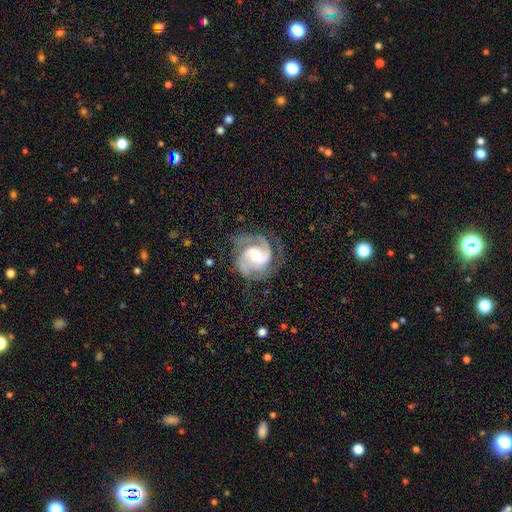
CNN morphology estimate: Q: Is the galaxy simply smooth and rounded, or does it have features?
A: featured or disk — 89%.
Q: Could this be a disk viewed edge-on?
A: no — 98%.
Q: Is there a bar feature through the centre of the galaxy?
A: weak — 46%.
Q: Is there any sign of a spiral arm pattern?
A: yes — 98%.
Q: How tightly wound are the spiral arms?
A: medium — 52%.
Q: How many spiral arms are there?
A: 2 — 81%.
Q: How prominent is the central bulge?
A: moderate — 56%.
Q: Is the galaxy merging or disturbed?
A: none — 72%.